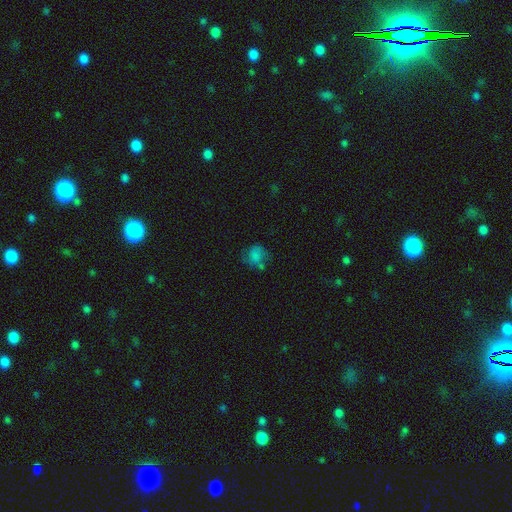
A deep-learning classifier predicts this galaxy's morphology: Smooth or featured? smooth (63%)
How rounded? round (67%)
Merging? none (47%)